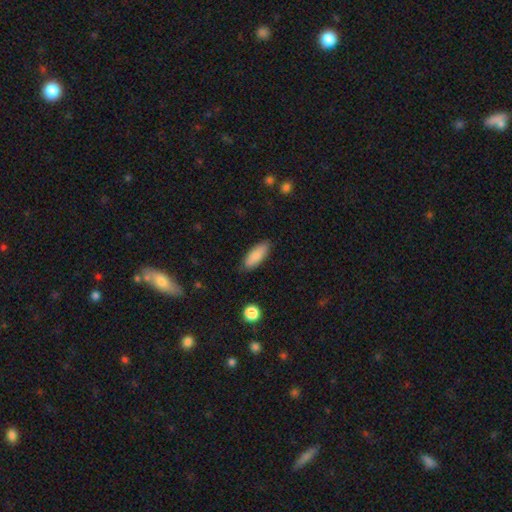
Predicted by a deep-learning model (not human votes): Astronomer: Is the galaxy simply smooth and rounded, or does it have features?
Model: smooth — 85%.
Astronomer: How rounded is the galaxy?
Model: in between — 75%.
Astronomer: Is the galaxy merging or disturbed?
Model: none — 83%.